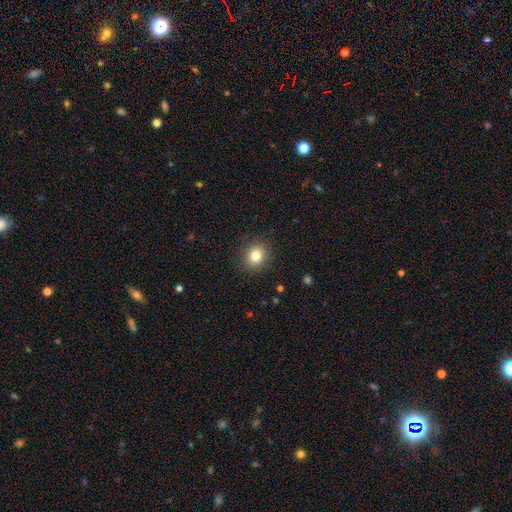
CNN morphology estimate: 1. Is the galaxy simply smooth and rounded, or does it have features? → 81% smooth, 11% star or artifact, 8% featured or disk.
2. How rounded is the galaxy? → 71% round, 28% in between, 1% cigar-shaped.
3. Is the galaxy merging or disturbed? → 90% none, 7% minor disturbance, 2% major disturbance, 1% merger.